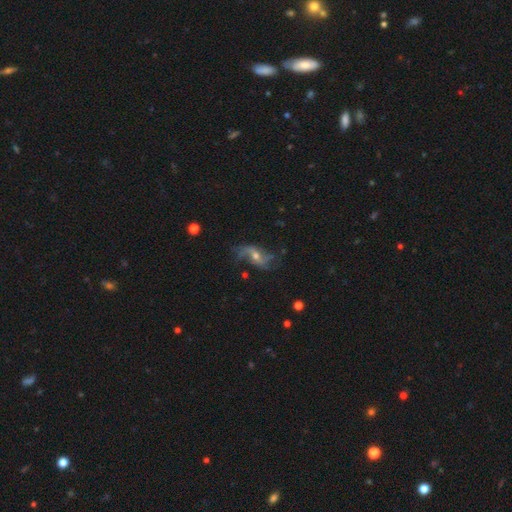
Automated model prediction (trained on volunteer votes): Smooth or featured? featured or disk (82%)
Edge-on disk? no (94%)
Bar? no (52%)
Spiral arms? yes (92%)
Spiral winding? loose (82%)
Spiral arm count? 2 (80%)
Bulge size? moderate (52%)
Merging? none (61%)